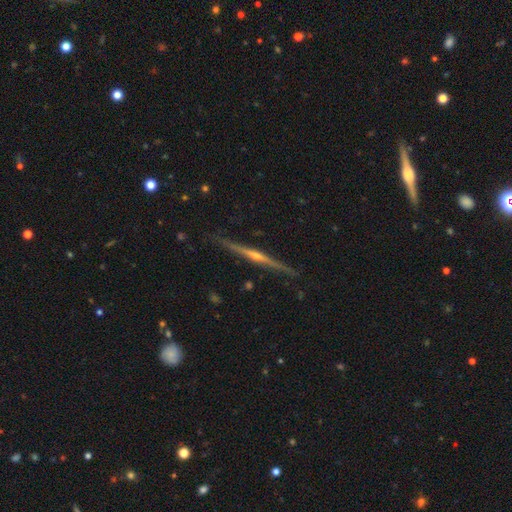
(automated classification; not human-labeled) Smooth or featured: featured or disk — 85% (smooth — 9%)
Edge-on disk: yes — 98% (no — 2%)
Edge-on bulge: rounded — 85% (none — 10%)
Merging: none — 90% (minor disturbance — 7%)